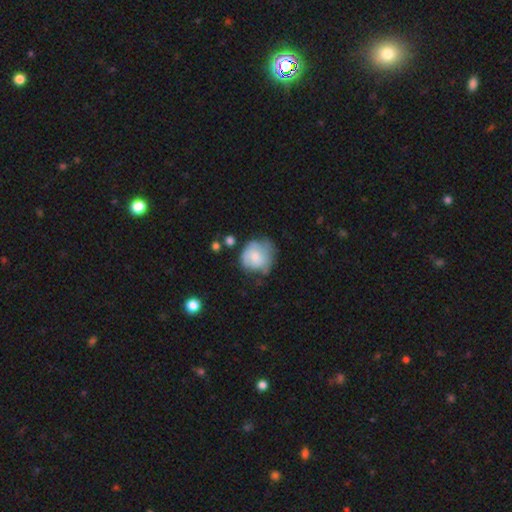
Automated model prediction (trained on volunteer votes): A smooth galaxy with no disk features (57%) that is round (77%). Merging: none (43%).